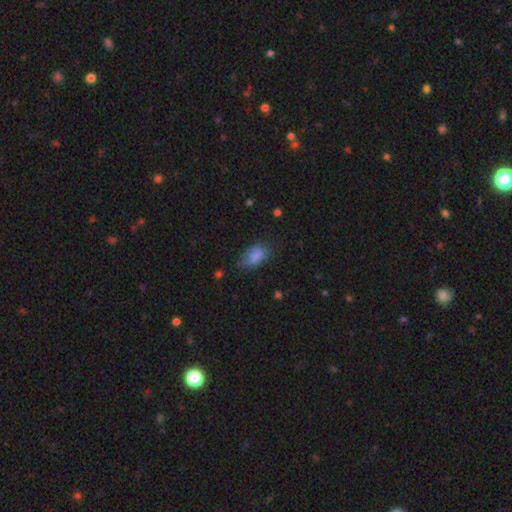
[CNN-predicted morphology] This appears to be a smooth galaxy with no disk features (79%) that is in between round and cigar-shaped (89%). Merging: none (54%).